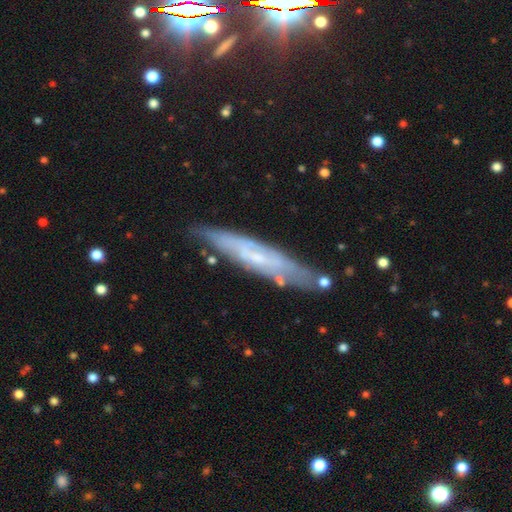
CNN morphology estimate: This is likely a featured or disk galaxy (65%). It is likely viewed edge-on (60%). Merging: likely none (77%).